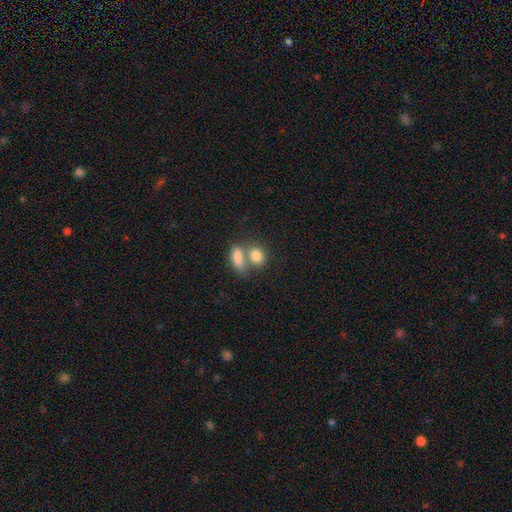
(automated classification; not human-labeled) The model was most divided on "how rounded": in between: 55%, round: 42%, cigar-shaped: 3%. More confident: smooth or featured — smooth (82%); merging — merger (55%).